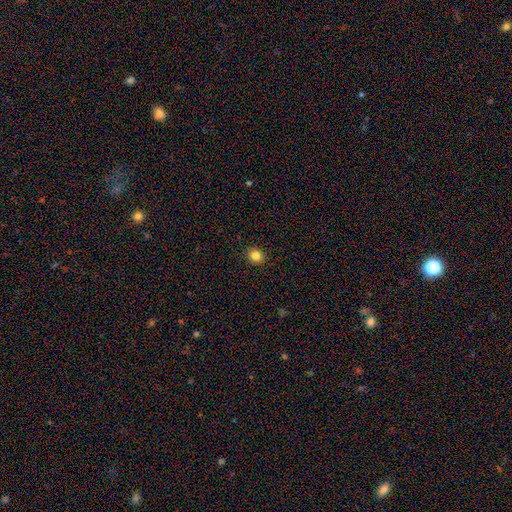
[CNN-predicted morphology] Smooth or featured? Predicted: smooth (p=0.83). How rounded? Predicted: round (p=0.81). Merging? Predicted: none (p=0.92).